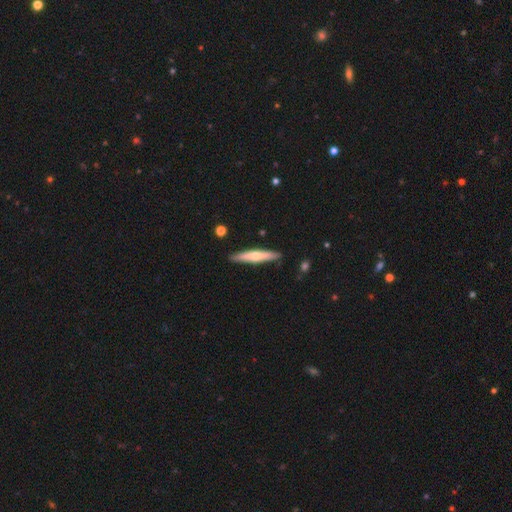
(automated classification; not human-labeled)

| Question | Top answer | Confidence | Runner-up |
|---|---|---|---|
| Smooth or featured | smooth | 48% | featured or disk (46%) |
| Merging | none | 89% | minor disturbance (8%) |